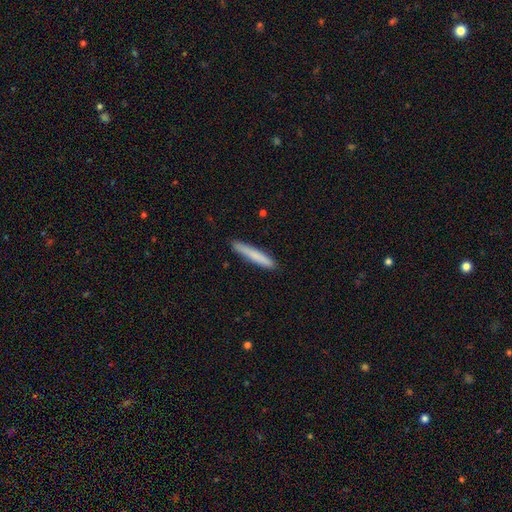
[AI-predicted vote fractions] Smooth or featured: smooth — 77% (featured or disk — 17%)
How rounded: cigar-shaped — 95% (in between — 4%)
Merging: none — 88% (minor disturbance — 9%)